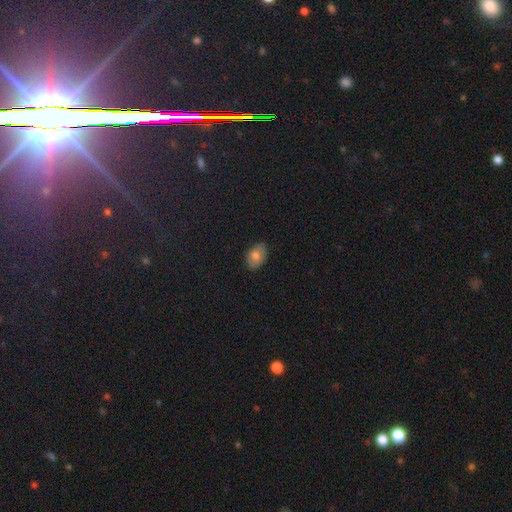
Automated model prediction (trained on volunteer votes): smooth-or-featured: smooth: 75% | featured or disk: 16% | star or artifact: 9%
  how-rounded: in between: 83% | round: 15% | cigar-shaped: 1%
  merging: none: 81% | minor disturbance: 15% | major disturbance: 3% | merger: 1%